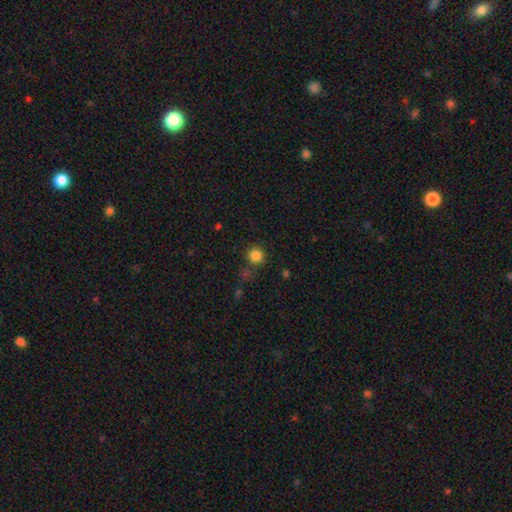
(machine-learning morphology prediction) Smooth or featured? smooth (83%)
How rounded? round (94%)
Merging? none (83%)